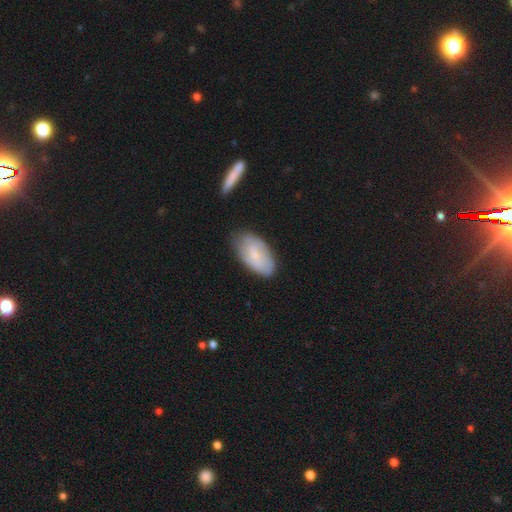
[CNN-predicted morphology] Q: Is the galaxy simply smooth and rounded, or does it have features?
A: smooth — 56%.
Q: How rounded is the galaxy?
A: in between — 93%.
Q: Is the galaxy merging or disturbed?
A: none — 67%.